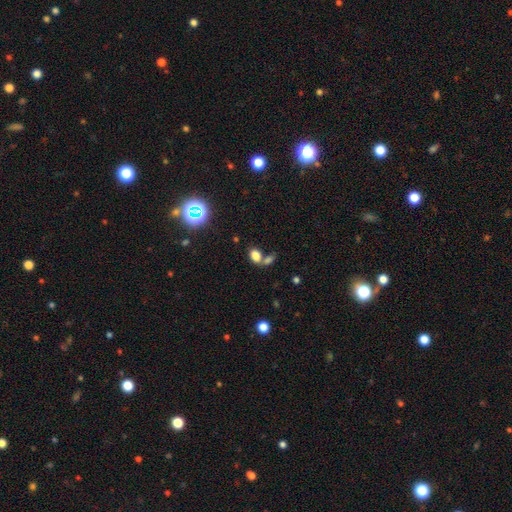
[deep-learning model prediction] smooth-or-featured: smooth: 76% | star or artifact: 15% | featured or disk: 8%
  how-rounded: in between: 79% | round: 19% | cigar-shaped: 2%
  merging: none: 44% | merger: 41% | minor disturbance: 10% | major disturbance: 5%